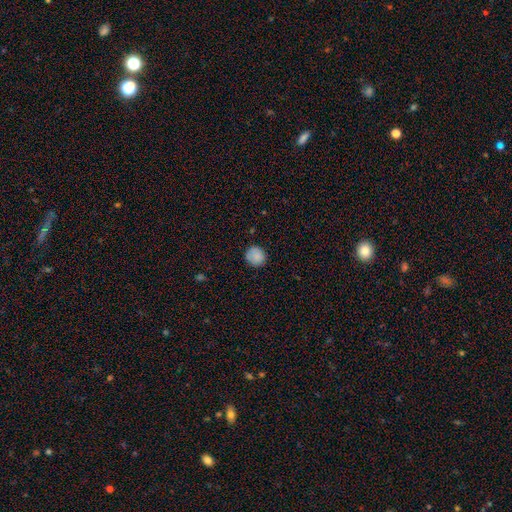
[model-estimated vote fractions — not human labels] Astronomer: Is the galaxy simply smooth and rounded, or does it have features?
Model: smooth — 85%.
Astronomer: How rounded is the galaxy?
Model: round — 87%.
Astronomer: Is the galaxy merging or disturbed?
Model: none — 83%.